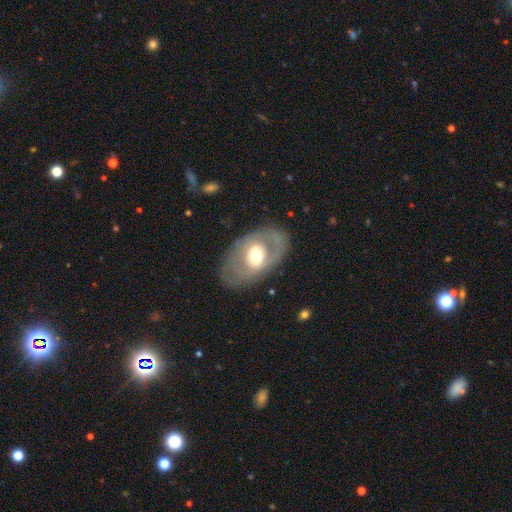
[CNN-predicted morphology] Smooth or featured? Predicted: featured or disk (p=0.59). Edge-on disk? Predicted: no (p=0.90). Bar? Predicted: no (p=0.55). Spiral arms? Predicted: no (p=0.73). Bulge size? Predicted: moderate (p=0.64). Merging? Predicted: none (p=0.77).